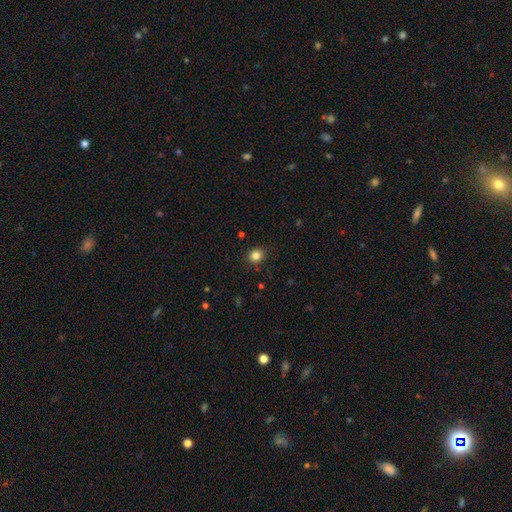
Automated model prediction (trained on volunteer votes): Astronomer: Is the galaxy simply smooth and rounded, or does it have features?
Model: smooth — 83%.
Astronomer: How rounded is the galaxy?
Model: round — 75%.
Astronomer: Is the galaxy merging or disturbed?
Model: none — 88%.